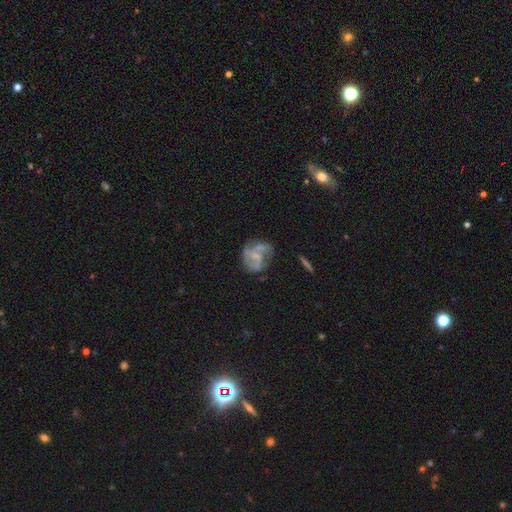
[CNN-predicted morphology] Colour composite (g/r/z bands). It shows a featured or disk galaxy (69%) with no bar (51%), 2 (36%) medium (46%) spiral arms (76%) and a small central bulge (40%). Merging: none (51%).